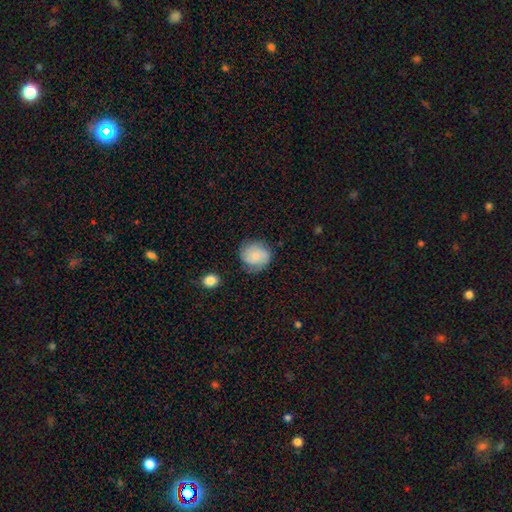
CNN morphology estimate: Smooth or featured? Predicted: smooth (p=0.67). How rounded? Predicted: round (p=0.82). Merging? Predicted: none (p=0.70).